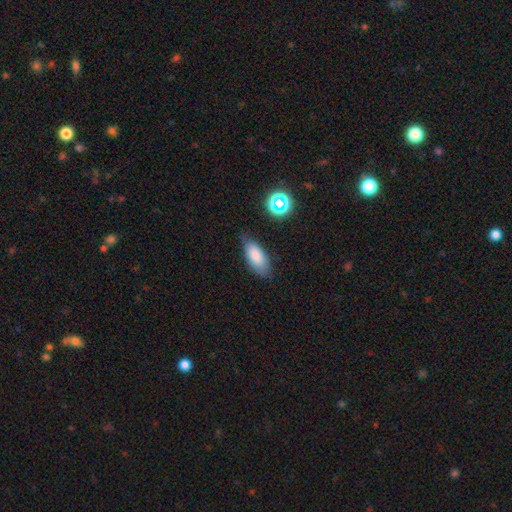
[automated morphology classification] Smooth or featured: smooth — 82% (featured or disk — 9%)
How rounded: in between — 85% (cigar-shaped — 12%)
Merging: none — 72% (minor disturbance — 21%)